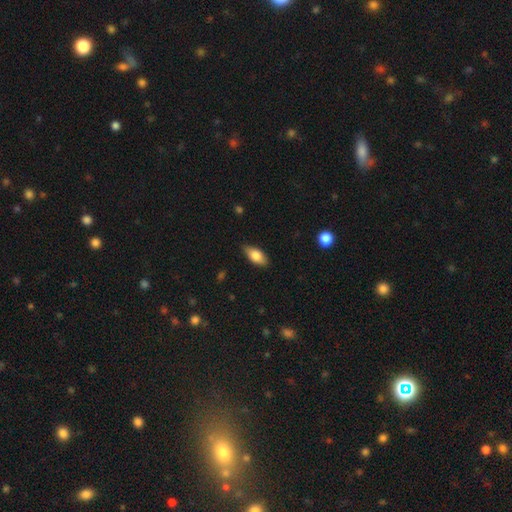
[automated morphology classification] Smooth or featured? Predicted: smooth (p=0.77). How rounded? Predicted: in between (p=0.88). Merging? Predicted: none (p=0.80).